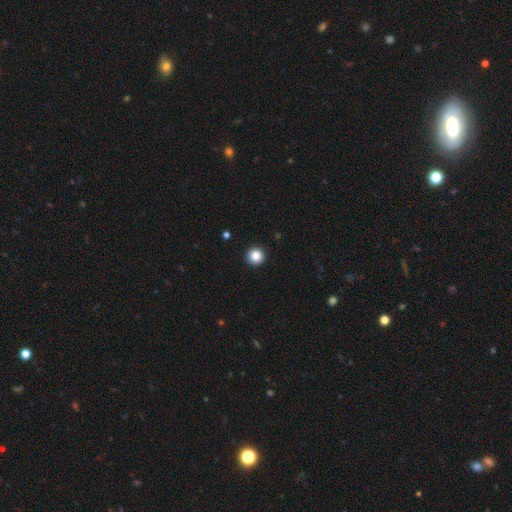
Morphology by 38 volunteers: smooth-or-featured: smooth: 89% | featured or disk: 5% | star or artifact: 5%
  how-rounded: round: 94% | in between: 3% | cigar-shaped: 3%
  merging: none: 86% | minor disturbance: 11% | major disturbance: 3% | merger: 0%